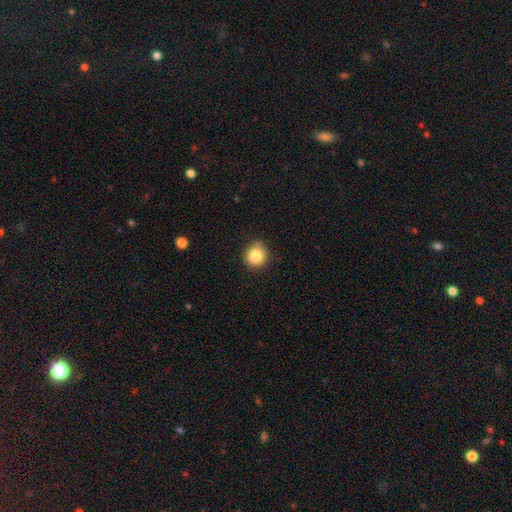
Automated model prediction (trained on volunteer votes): Smooth or featured: smooth — 84% (star or artifact — 10%)
How rounded: round — 88% (in between — 11%)
Merging: none — 82% (minor disturbance — 15%)